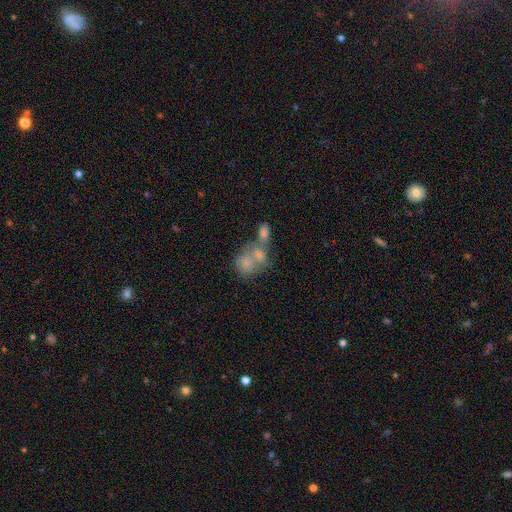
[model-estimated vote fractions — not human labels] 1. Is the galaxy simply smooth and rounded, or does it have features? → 53% smooth, 32% featured or disk, 15% star or artifact.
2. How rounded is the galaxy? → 50% in between, 48% round, 2% cigar-shaped.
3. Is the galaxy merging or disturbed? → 60% merger, 22% none, 9% minor disturbance, 9% major disturbance.